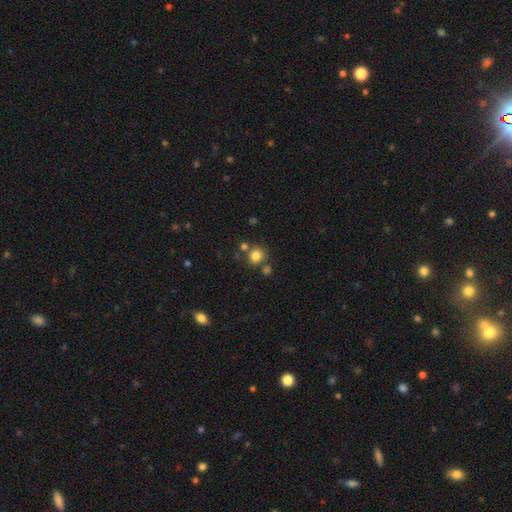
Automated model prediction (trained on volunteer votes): Q: Smooth or featured?
A: smooth (80%); runner-up: star or artifact (13%)
Q: How rounded?
A: round (87%); runner-up: in between (12%)
Q: Merging?
A: none (71%); runner-up: merger (16%)